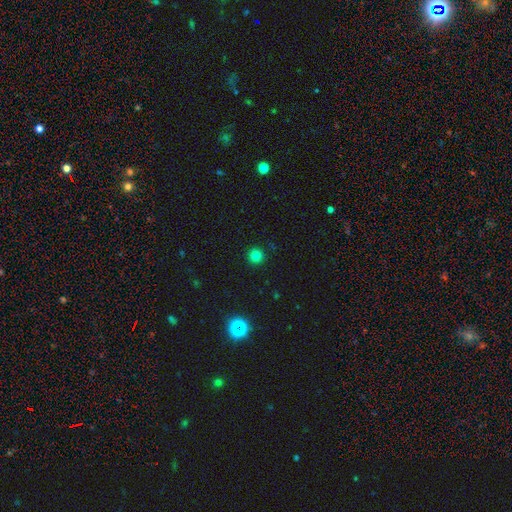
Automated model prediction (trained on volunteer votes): Overall: smooth (79%). How rounded: round (95%). Merging: none (92%).